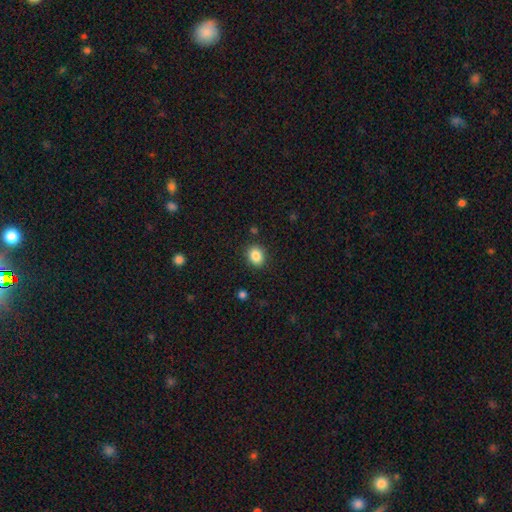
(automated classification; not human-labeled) smooth_or_featured: smooth (p=0.86) [alt: star or artifact p=0.09]
how_rounded: round (p=0.56) [alt: in between p=0.43]
merging: none (p=0.88) [alt: minor disturbance p=0.08]